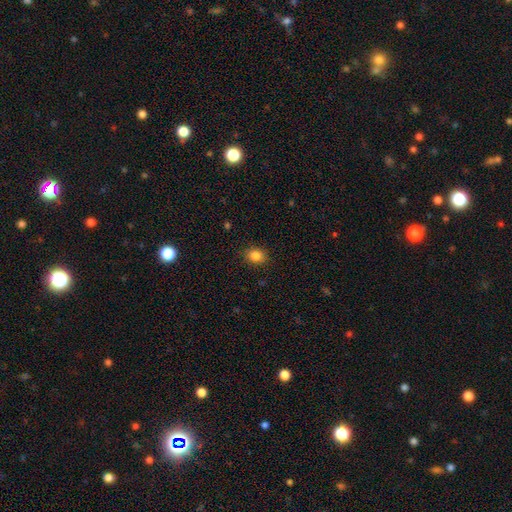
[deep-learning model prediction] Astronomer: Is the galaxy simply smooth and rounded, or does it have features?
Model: smooth — 85%.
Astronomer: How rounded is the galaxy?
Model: round — 58% (runner-up: in between, 41%).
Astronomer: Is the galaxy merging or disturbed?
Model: none — 88%.